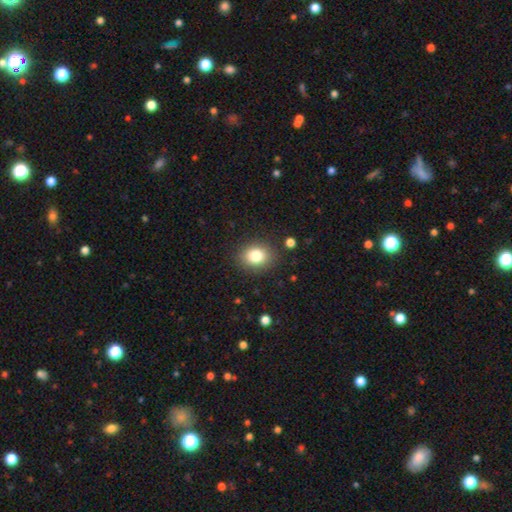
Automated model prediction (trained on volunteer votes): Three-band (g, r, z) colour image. It shows a smooth galaxy with no disk features (81%) that is round (56%). Merging: none (87%).